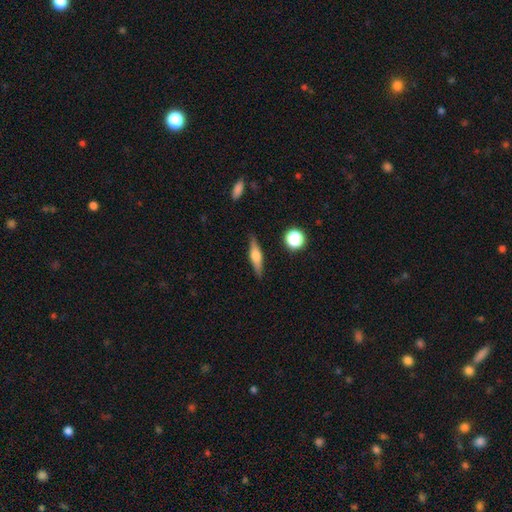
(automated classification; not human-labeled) Smooth or featured?
  - featured or disk: 50% *
  - smooth: 42%
  - star or artifact: 8%
Edge-on disk?
  - yes: 94% *
  - no: 6%
Merging?
  - none: 87% *
  - minor disturbance: 9%
  - major disturbance: 2%
  - merger: 2%